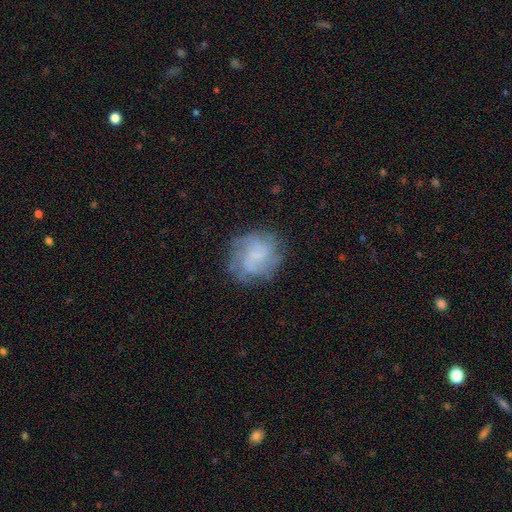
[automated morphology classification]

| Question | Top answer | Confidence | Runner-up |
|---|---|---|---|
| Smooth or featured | featured or disk | 56% | smooth (35%) |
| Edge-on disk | no | 98% | yes (2%) |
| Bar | no | 64% | weak (31%) |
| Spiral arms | yes | 79% | no (21%) |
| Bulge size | none | 48% | small (32%) |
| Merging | none | 69% | minor disturbance (19%) |